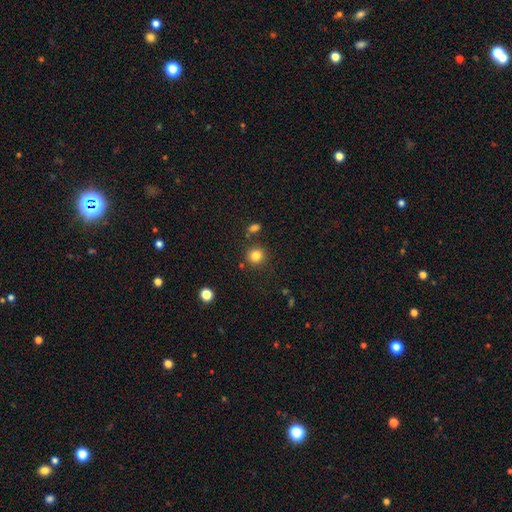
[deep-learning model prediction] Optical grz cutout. It shows a smooth galaxy with no disk features (83%) that is round (91%). Merging: none (84%).